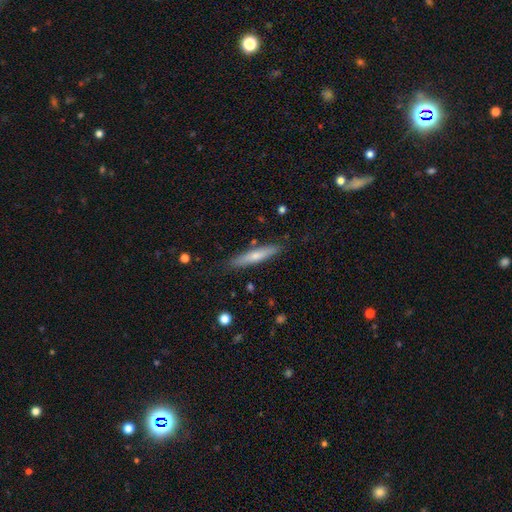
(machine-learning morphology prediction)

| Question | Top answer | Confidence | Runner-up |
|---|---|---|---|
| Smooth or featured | smooth | 60% | featured or disk (34%) |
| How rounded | cigar-shaped | 90% | in between (8%) |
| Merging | none | 85% | minor disturbance (10%) |